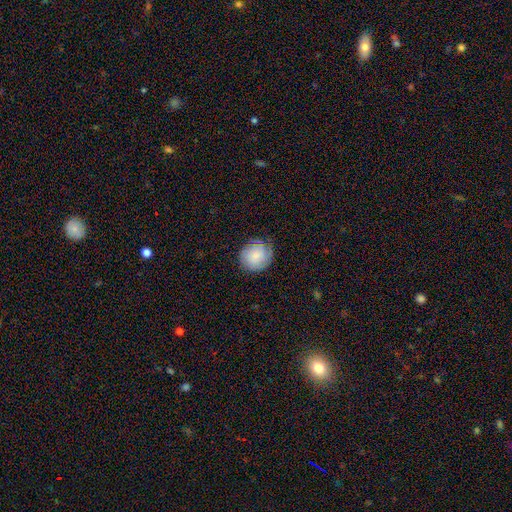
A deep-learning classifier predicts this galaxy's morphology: Smooth or featured? smooth (66%)
How rounded? round (84%)
Merging? none (72%)